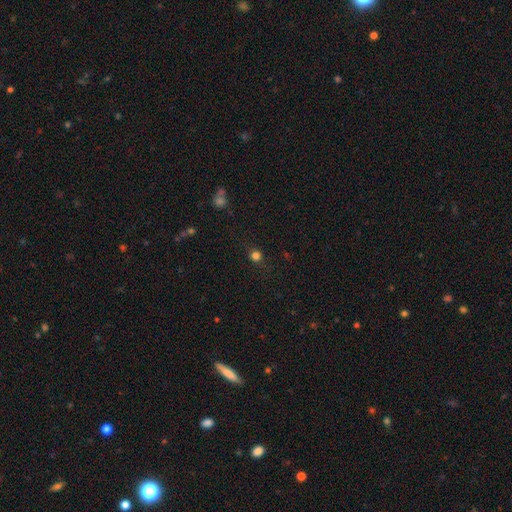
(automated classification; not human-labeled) The model was most divided on "smooth or featured": smooth: 77%, star or artifact: 18%, featured or disk: 5%. More confident: how rounded — round (89%); merging — none (86%).